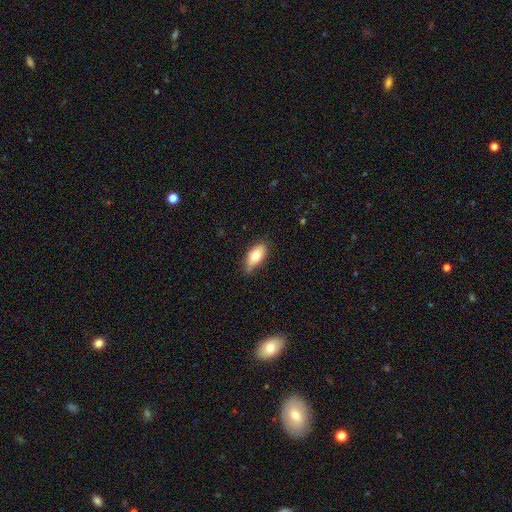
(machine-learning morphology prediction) Overall: smooth (72%). How rounded: in between (87%). Merging: none (68%).